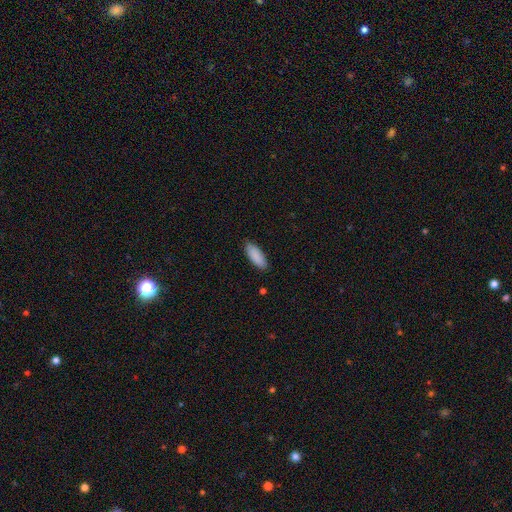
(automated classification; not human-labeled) smooth_or_featured: smooth (p=0.89) [alt: star or artifact p=0.06]
how_rounded: in between (p=0.69) [alt: cigar-shaped p=0.30]
merging: none (p=0.87) [alt: minor disturbance p=0.10]